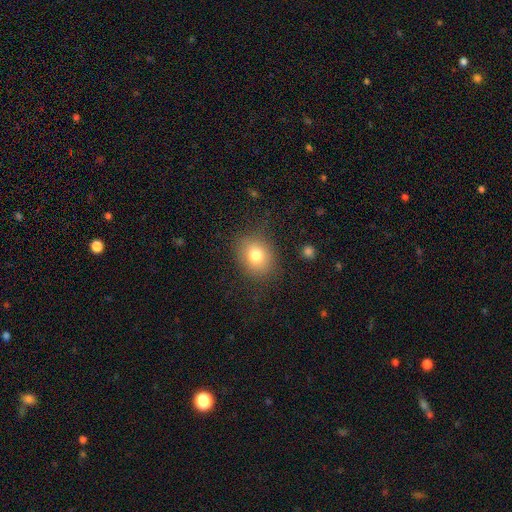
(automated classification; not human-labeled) This is likely a smooth galaxy (77%). How rounded: possibly round (58%). Merging: clearly none (82%).